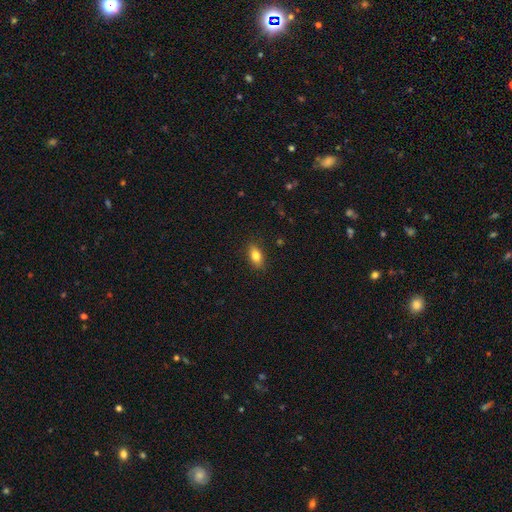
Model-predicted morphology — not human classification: smooth_or_featured: smooth (p=0.81) [alt: featured or disk p=0.11]
how_rounded: in between (p=0.85) [alt: cigar-shaped p=0.08]
merging: none (p=0.87) [alt: minor disturbance p=0.10]